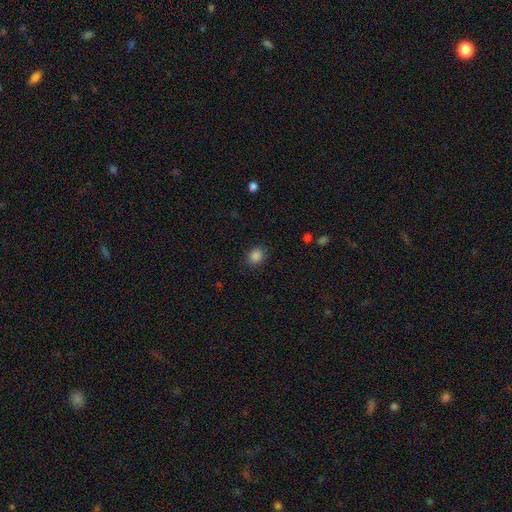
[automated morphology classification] A smooth galaxy with no disk features (86%) that is round (59%).

Vote fractions:
- Smooth or featured? smooth: 86% / star or artifact: 11% / featured or disk: 3%
- How rounded? round: 59% / in between: 40% / cigar-shaped: 1%
- Merging? none: 87% / minor disturbance: 9% / major disturbance: 3% / merger: 1%